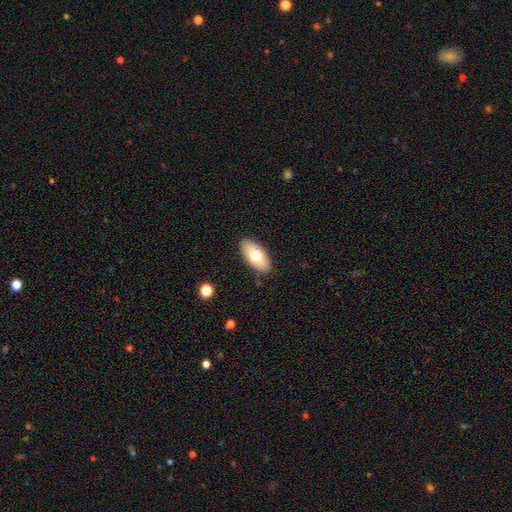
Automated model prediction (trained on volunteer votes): Q: Smooth or featured?
A: smooth (70%); runner-up: featured or disk (23%)
Q: How rounded?
A: in between (92%); runner-up: cigar-shaped (5%)
Q: Merging?
A: none (87%); runner-up: minor disturbance (10%)